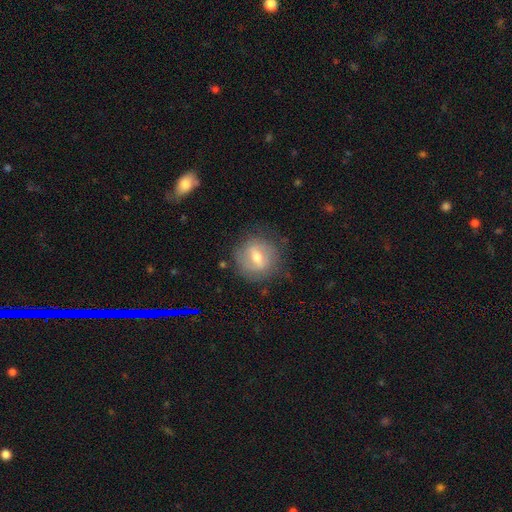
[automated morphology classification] Smooth or featured: featured or disk — 47% (smooth — 43%)
Merging: none — 78% (minor disturbance — 15%)